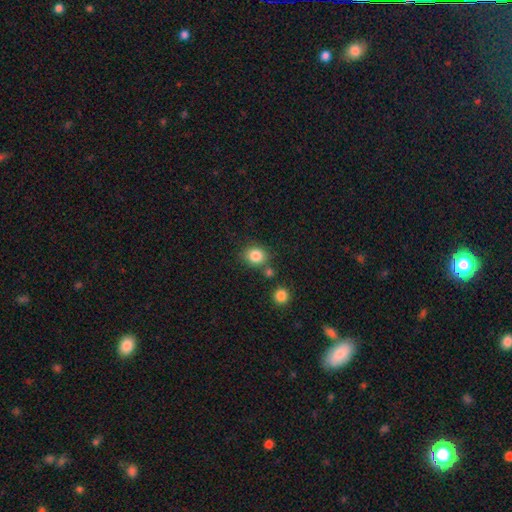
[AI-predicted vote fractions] smooth_or_featured: smooth (p=0.84) [alt: star or artifact p=0.10]
how_rounded: round (p=0.72) [alt: in between p=0.27]
merging: none (p=0.73) [alt: minor disturbance p=0.12]